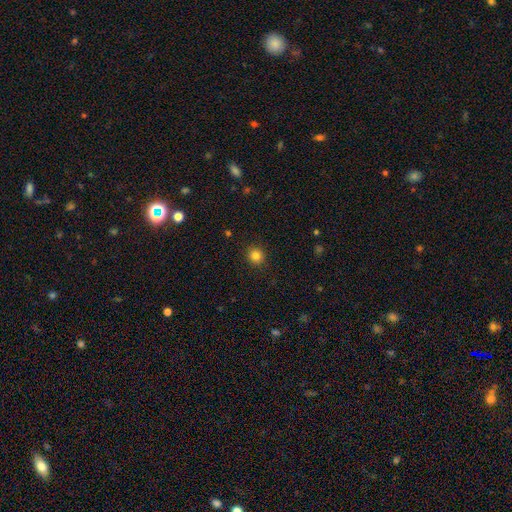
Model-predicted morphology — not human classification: This appears to be a smooth galaxy with no disk features (82%) that is round (91%). Merging: none (92%).